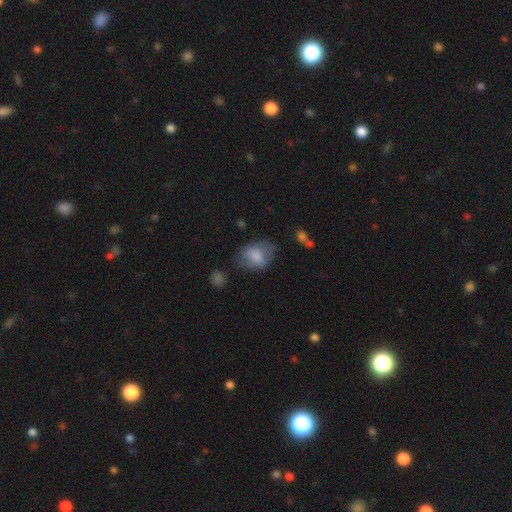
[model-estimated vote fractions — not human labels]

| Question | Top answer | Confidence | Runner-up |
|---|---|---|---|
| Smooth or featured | smooth | 74% | featured or disk (18%) |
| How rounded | in between | 68% | round (31%) |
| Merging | none | 53% | minor disturbance (29%) |